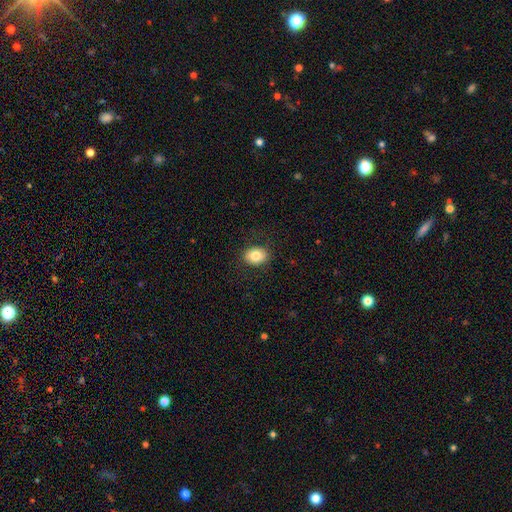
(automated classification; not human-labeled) smooth-or-featured: smooth: 83% | featured or disk: 9% | star or artifact: 8%
  how-rounded: in between: 64% | round: 35% | cigar-shaped: 1%
  merging: none: 86% | minor disturbance: 10% | major disturbance: 3% | merger: 1%